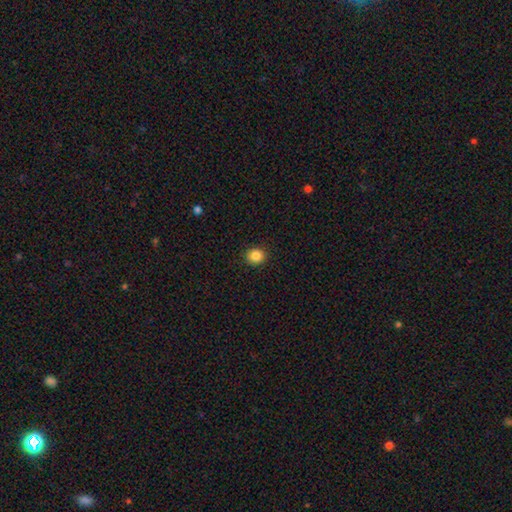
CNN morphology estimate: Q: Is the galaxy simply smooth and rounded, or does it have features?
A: smooth — 86%.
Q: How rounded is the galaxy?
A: round — 83%.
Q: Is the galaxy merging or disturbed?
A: none — 91%.